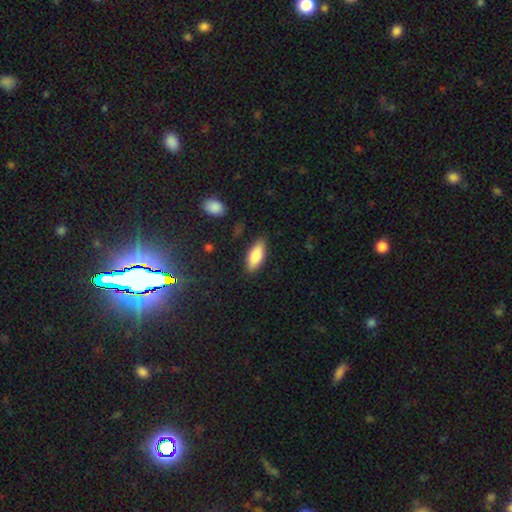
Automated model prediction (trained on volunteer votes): This appears to be a smooth galaxy with no disk features (81%) that is in between round and cigar-shaped (75%). Merging: none (85%).